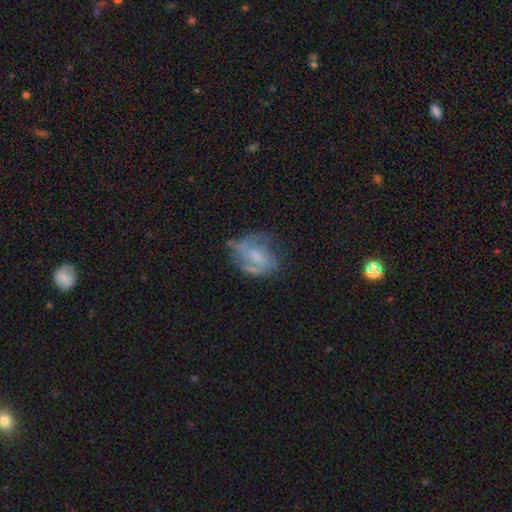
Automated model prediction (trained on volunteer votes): smooth_or_featured: featured or disk (p=0.61) [alt: smooth p=0.30]
disk_edge_on: no (p=0.97) [alt: yes p=0.03]
bar: no (p=0.46) [alt: weak p=0.42]
has_spiral_arms: yes (p=0.69) [alt: no p=0.31]
bulge_size: moderate (p=0.35) [alt: small p=0.30]
merging: none (p=0.51) [alt: minor disturbance p=0.26]